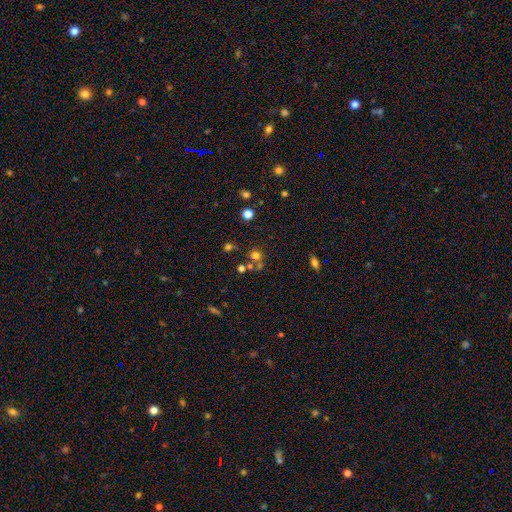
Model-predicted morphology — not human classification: The model was most divided on "merging": none: 59%, merger: 26%, minor disturbance: 9%, major disturbance: 6%. More confident: how rounded — round (87%); smooth or featured — smooth (64%).